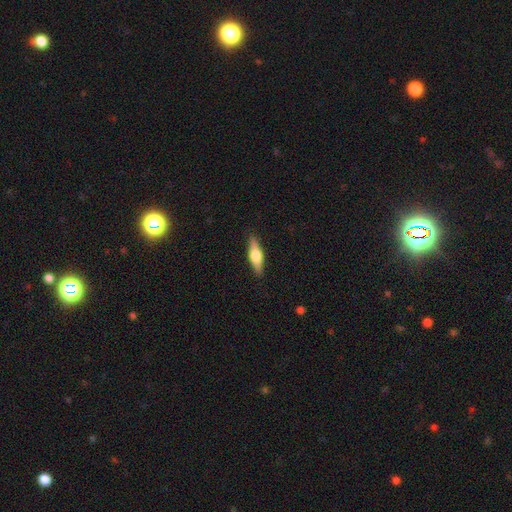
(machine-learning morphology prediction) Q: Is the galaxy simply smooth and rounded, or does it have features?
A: featured or disk — 50%.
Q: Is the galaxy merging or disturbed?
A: none — 89%.